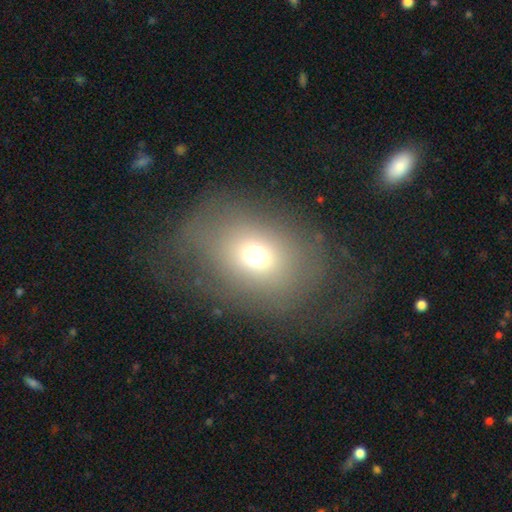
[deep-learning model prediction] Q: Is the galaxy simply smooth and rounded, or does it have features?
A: smooth — 67%.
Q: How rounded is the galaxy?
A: in between — 52%.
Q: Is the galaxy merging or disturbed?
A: none — 69%.